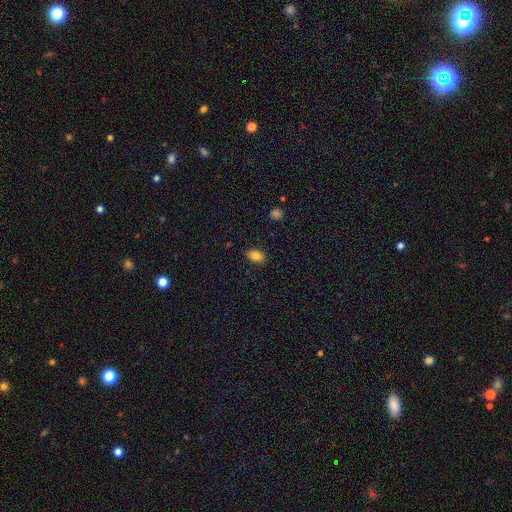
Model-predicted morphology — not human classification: This is clearly a smooth galaxy (85%). How rounded: clearly in between (83%). Merging: clearly none (85%).